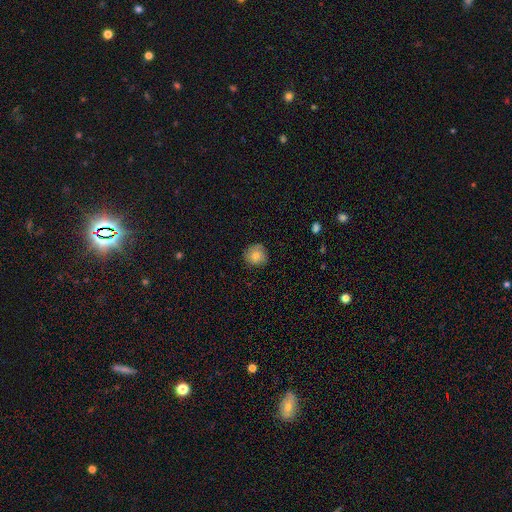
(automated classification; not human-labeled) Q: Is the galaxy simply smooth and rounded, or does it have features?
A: smooth — 79%.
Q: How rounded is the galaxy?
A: round — 91%.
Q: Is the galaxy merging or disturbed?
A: none — 80%.